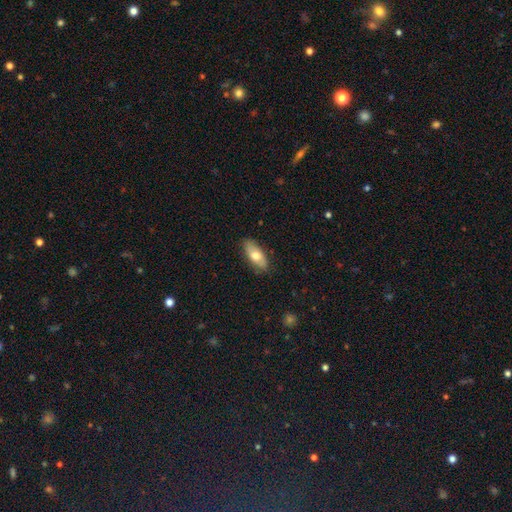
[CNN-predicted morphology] This is likely a smooth galaxy (71%). How rounded: clearly in between (84%). Merging: clearly none (84%).